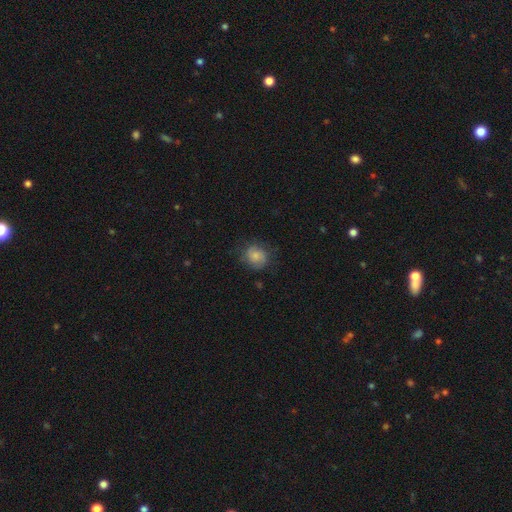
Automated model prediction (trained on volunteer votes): The model was most divided on "merging": none: 71%, minor disturbance: 20%, major disturbance: 7%, merger: 1%. More confident: how rounded — round (77%); smooth or featured — smooth (75%).